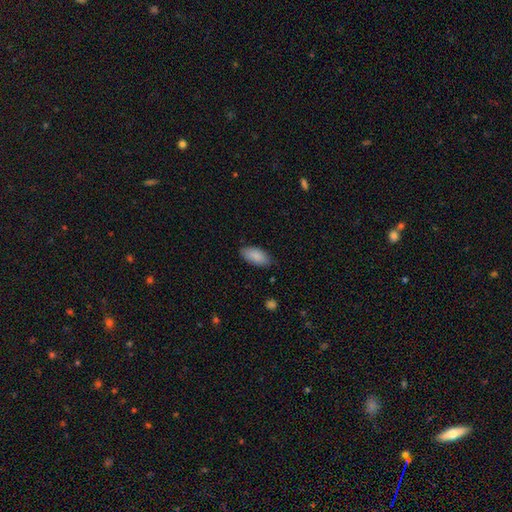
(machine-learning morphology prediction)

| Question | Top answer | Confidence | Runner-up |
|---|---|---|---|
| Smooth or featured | smooth | 89% | star or artifact (6%) |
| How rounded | in between | 91% | cigar-shaped (7%) |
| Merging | none | 82% | minor disturbance (15%) |